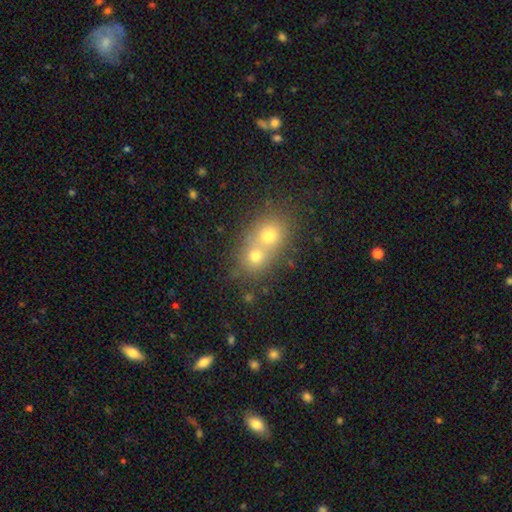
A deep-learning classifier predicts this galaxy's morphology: Smooth or featured: smooth — 68% (featured or disk — 16%)
How rounded: round — 71% (in between — 28%)
Merging: merger — 64% (none — 28%)